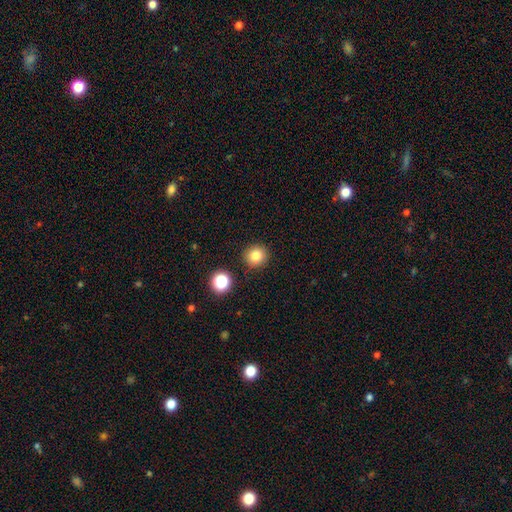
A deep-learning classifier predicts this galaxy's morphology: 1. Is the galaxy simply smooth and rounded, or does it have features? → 81% smooth, 13% star or artifact, 6% featured or disk.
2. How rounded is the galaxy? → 91% round, 8% in between, 1% cigar-shaped.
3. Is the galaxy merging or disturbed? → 89% none, 6% minor disturbance, 3% merger, 2% major disturbance.